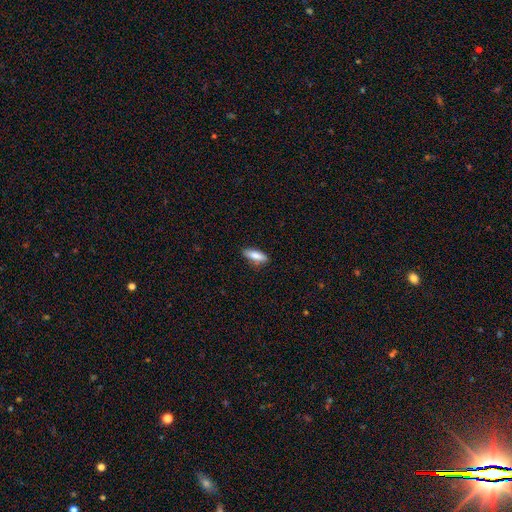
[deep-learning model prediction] smooth_or_featured: smooth (p=0.83) [alt: featured or disk p=0.11]
how_rounded: in between (p=0.58) [alt: cigar-shaped p=0.40]
merging: none (p=0.83) [alt: minor disturbance p=0.13]